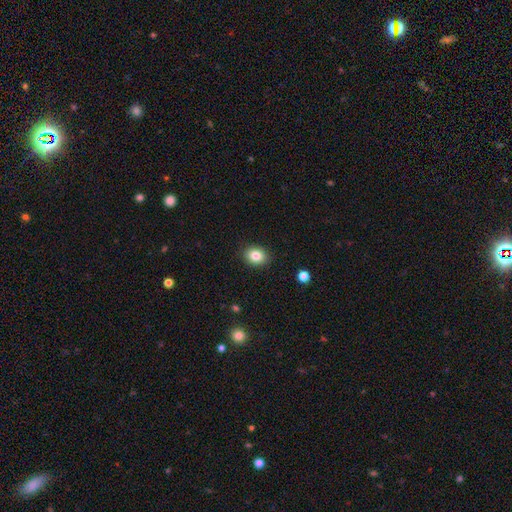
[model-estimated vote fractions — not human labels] Smooth or featured?
  - smooth: 83% *
  - star or artifact: 10%
  - featured or disk: 7%
How rounded?
  - in between: 50% *
  - round: 49%
  - cigar-shaped: 1%
Merging?
  - none: 89% *
  - minor disturbance: 8%
  - major disturbance: 2%
  - merger: 1%